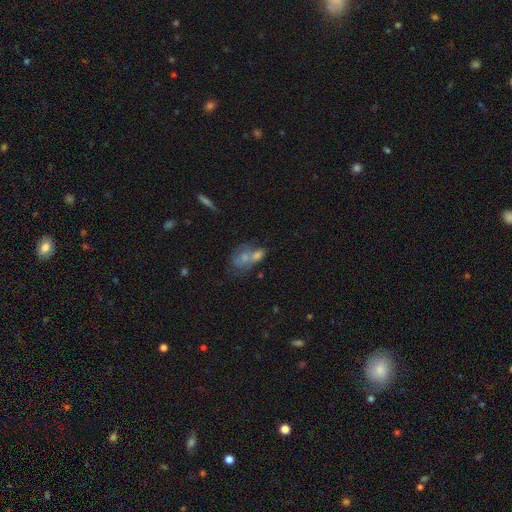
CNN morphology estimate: Q: Smooth or featured?
A: smooth (45%); runner-up: featured or disk (37%)
Q: Merging?
A: merger (49%); runner-up: none (32%)